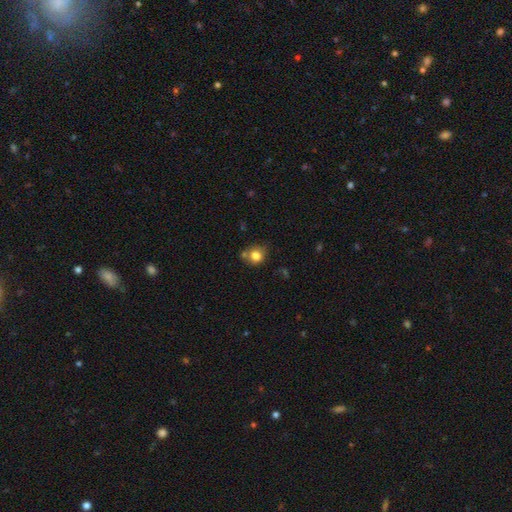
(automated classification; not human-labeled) Smooth or featured: smooth — 81% (star or artifact — 10%)
How rounded: round — 80% (in between — 19%)
Merging: none — 63% (minor disturbance — 18%)